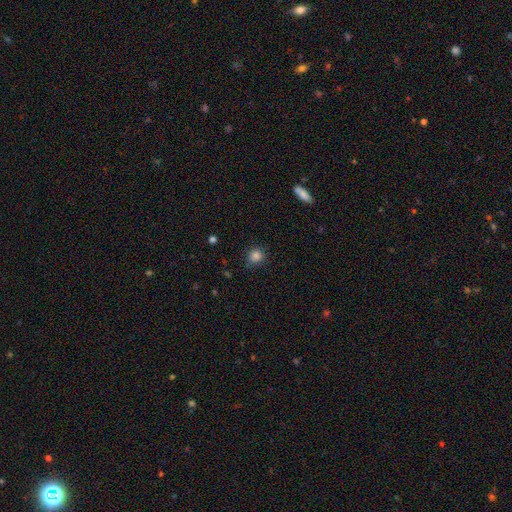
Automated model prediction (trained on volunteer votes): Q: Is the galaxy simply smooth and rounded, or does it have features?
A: smooth — 84%.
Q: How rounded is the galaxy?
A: round — 88%.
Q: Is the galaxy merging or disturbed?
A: none — 84%.